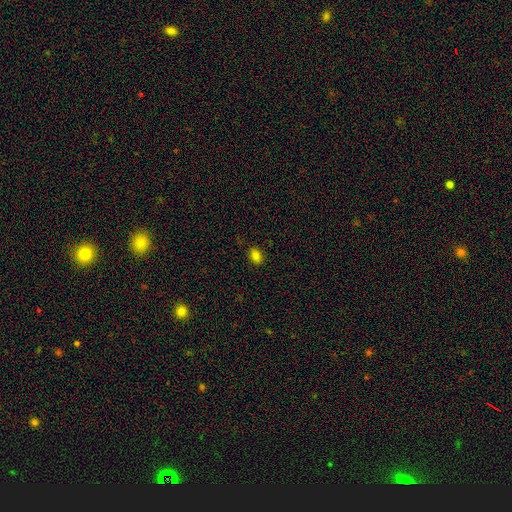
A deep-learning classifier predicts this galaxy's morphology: This is clearly a smooth galaxy (81%). How rounded: clearly in between (81%). Merging: clearly none (85%).